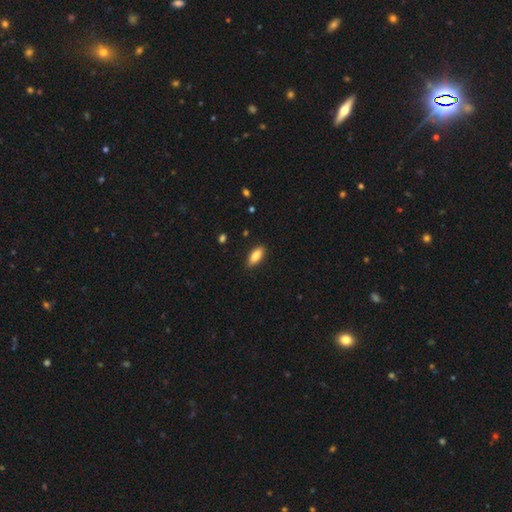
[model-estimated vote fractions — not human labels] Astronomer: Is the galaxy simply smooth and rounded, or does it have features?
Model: smooth — 83%.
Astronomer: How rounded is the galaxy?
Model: in between — 73%.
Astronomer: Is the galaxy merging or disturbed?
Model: none — 87%.